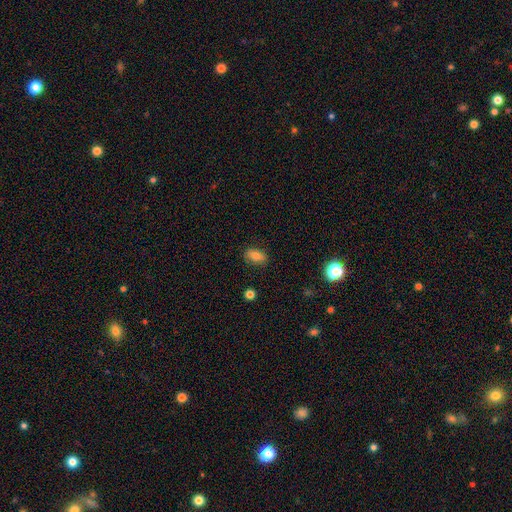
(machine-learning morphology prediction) Overall: smooth (78%). How rounded: in between (86%). Merging: none (83%).